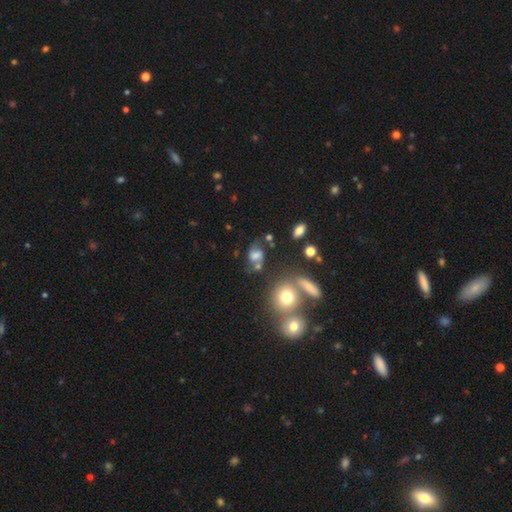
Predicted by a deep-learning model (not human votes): A smooth galaxy with no disk features (49%).

Vote fractions:
- Smooth or featured? smooth: 49% / featured or disk: 35% / star or artifact: 16%
- Merging? none: 49% / minor disturbance: 21% / merger: 17% / major disturbance: 13%